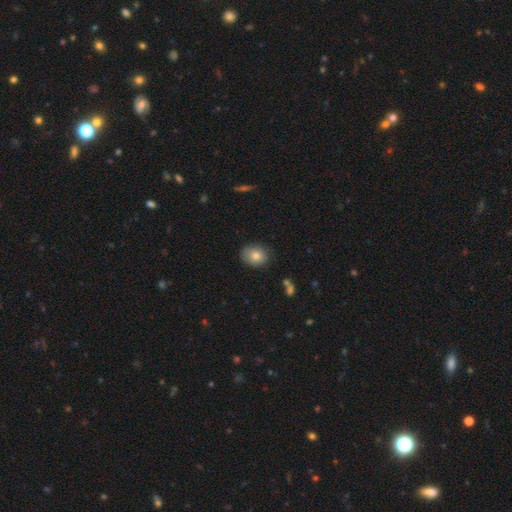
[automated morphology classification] Smooth or featured: smooth — 82% (featured or disk — 10%)
How rounded: in between — 55% (round — 44%)
Merging: none — 81% (minor disturbance — 14%)